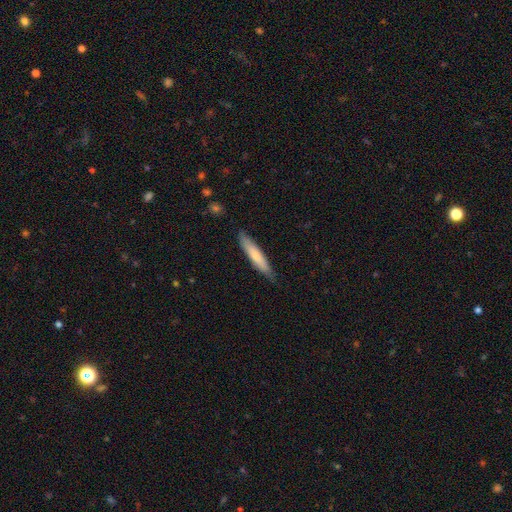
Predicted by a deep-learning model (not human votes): smooth 69%, featured or disk 26%, star or artifact 5%. Down the decision tree: how rounded — cigar-shaped (89%); merging — none (83%).